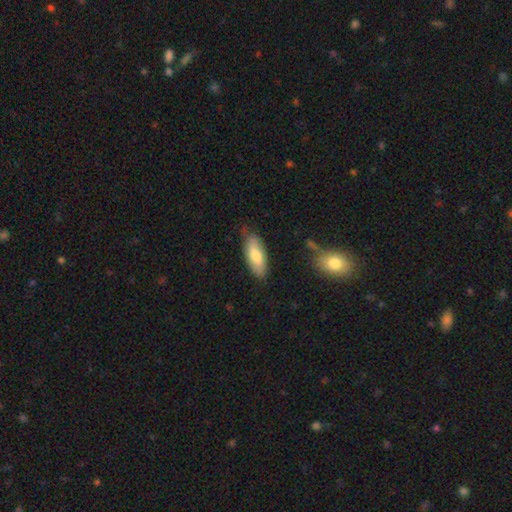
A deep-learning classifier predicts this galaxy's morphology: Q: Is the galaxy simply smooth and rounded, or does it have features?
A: smooth — 71%.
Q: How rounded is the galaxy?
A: in between — 77%.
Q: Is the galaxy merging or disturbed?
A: none — 73%.